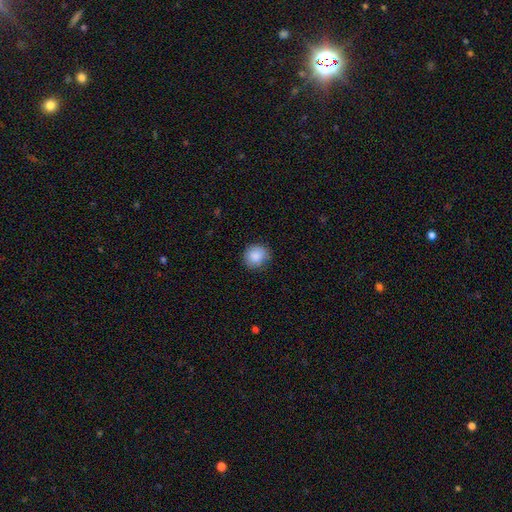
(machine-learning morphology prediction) Smooth or featured? smooth (88%)
How rounded? round (85%)
Merging? none (81%)